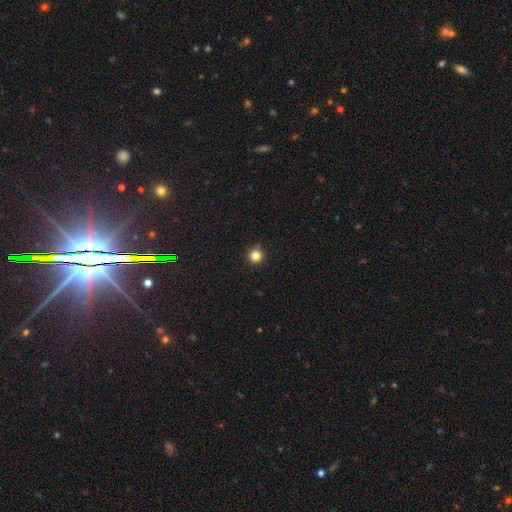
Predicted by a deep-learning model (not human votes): Smooth or featured? smooth (83%)
How rounded? round (96%)
Merging? none (92%)